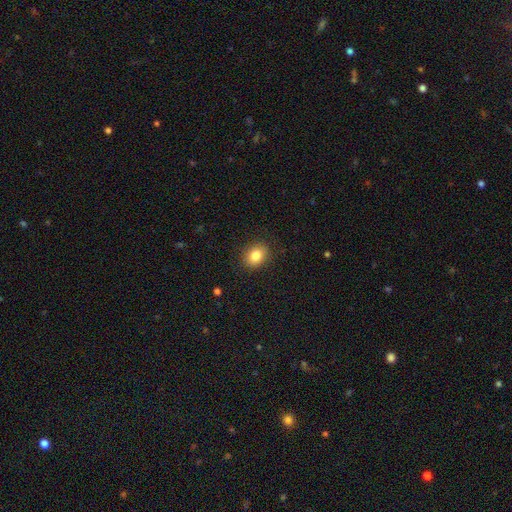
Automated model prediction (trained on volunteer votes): smooth_or_featured: smooth (p=0.84) [alt: star or artifact p=0.09]
how_rounded: in between (p=0.56) [alt: round p=0.43]
merging: none (p=0.88) [alt: minor disturbance p=0.08]